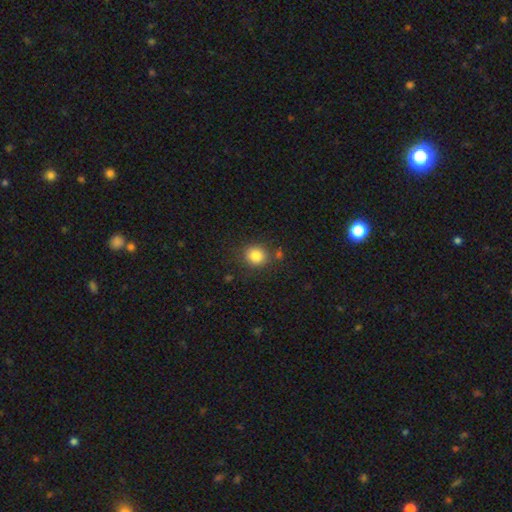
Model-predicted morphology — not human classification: Smooth or featured? Predicted: smooth (p=0.84). How rounded? Predicted: round (p=0.84). Merging? Predicted: none (p=0.81).